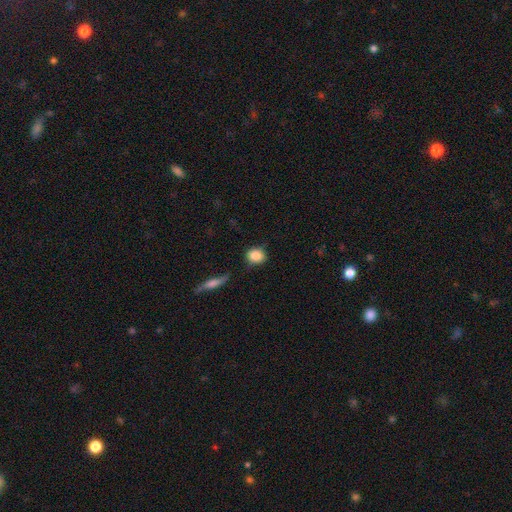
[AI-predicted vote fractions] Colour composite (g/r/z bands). It shows a smooth galaxy with no disk features (86%) that is round (67%). Merging: none (75%).